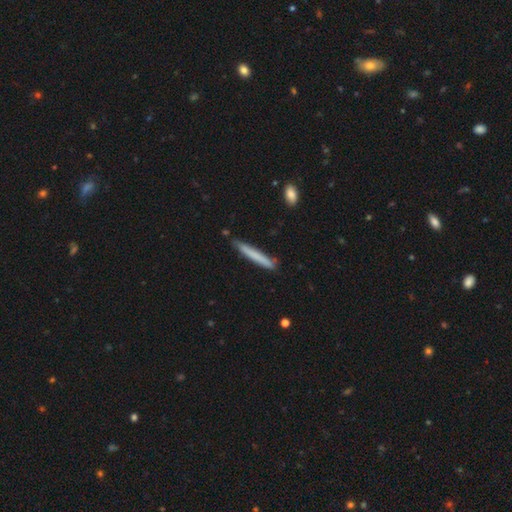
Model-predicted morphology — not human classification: This is likely a smooth galaxy (71%). How rounded: clearly cigar-shaped (96%). Merging: clearly none (83%).